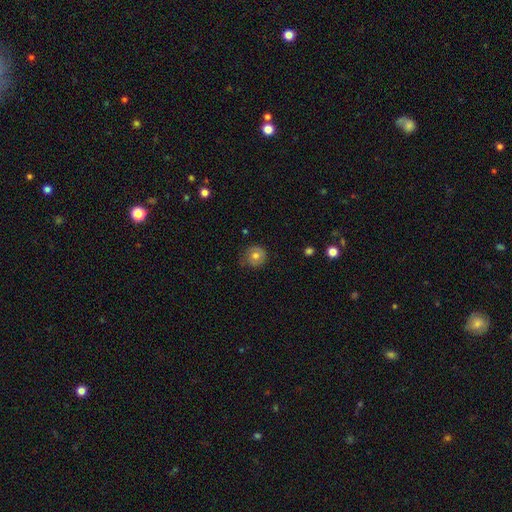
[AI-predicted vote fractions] smooth-or-featured: smooth: 69% | featured or disk: 22% | star or artifact: 9%
  how-rounded: round: 89% | in between: 10% | cigar-shaped: 1%
  merging: none: 72% | minor disturbance: 22% | major disturbance: 5% | merger: 1%